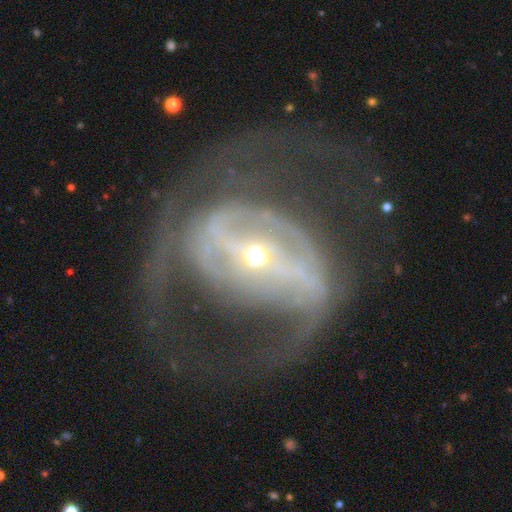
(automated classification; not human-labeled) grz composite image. It shows a featured or disk galaxy (87%) with a strong bar (63%), 2 (66%) medium (47%) spiral arms (77%) and a small central bulge (71%). Merging: none (51%).